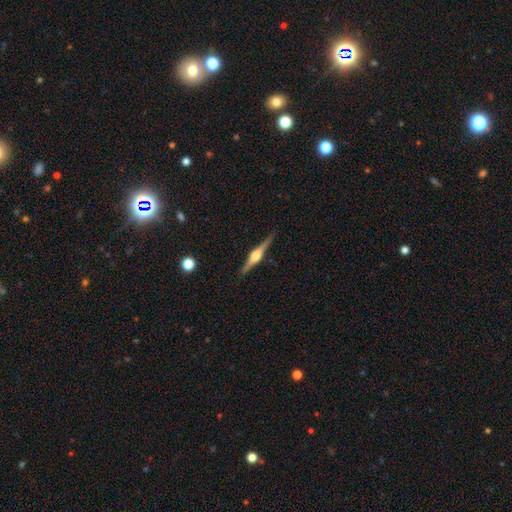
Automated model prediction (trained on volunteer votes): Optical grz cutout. It shows a featured or disk galaxy (82%) viewed edge-on (98%) with a rounded central bulge (89%). Merging: none (90%).